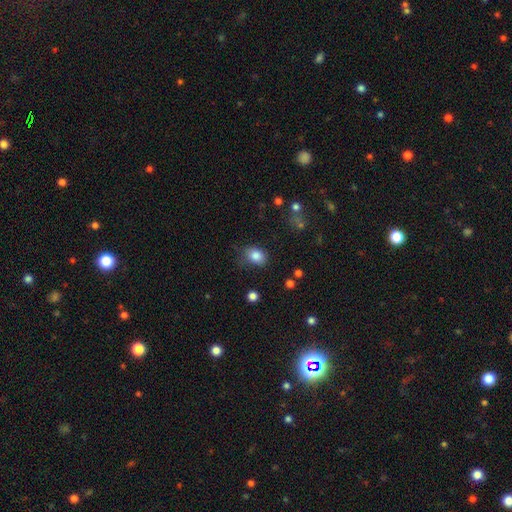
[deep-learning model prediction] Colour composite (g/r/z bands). It shows a smooth galaxy with no disk features (84%) that is in between round and cigar-shaped (66%). Merging: none (69%).